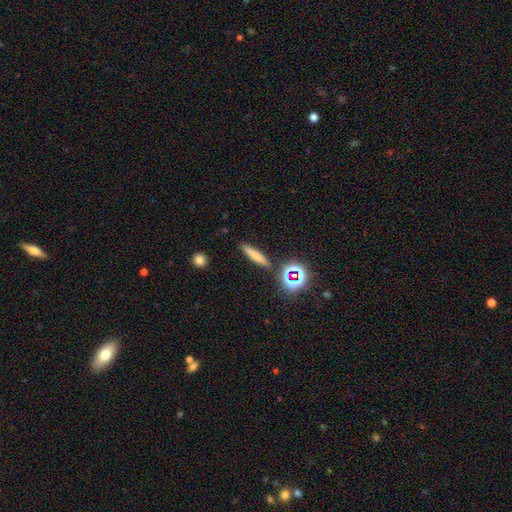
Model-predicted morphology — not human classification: type=smooth (67%); roundness=cigar-shaped (84%); merging=none (86%).